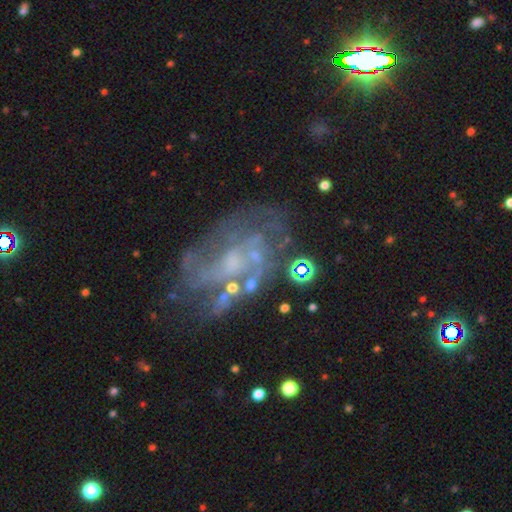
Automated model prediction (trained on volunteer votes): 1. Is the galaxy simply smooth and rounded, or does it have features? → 76% featured or disk, 13% star or artifact, 11% smooth.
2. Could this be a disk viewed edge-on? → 96% no, 4% yes.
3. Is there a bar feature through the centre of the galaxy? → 62% no, 31% weak, 8% strong.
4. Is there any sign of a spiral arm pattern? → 74% yes, 26% no.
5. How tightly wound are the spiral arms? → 41% medium, 36% tight, 23% loose.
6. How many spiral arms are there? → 44% can't tell, 26% 2, 13% 3, 6% 4, 6% 1, 5% more than 4.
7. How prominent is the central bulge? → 46% small, 31% none, 19% moderate, 2% large, 1% dominant.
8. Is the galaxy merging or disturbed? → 55% none, 19% minor disturbance, 19% major disturbance, 7% merger.